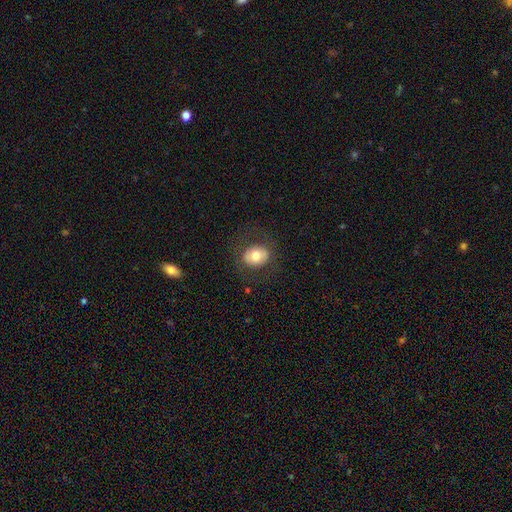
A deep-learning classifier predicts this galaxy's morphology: smooth-or-featured: smooth: 68% | featured or disk: 23% | star or artifact: 9%
  how-rounded: round: 62% | in between: 37% | cigar-shaped: 1%
  merging: none: 80% | minor disturbance: 11% | major disturbance: 7% | merger: 1%